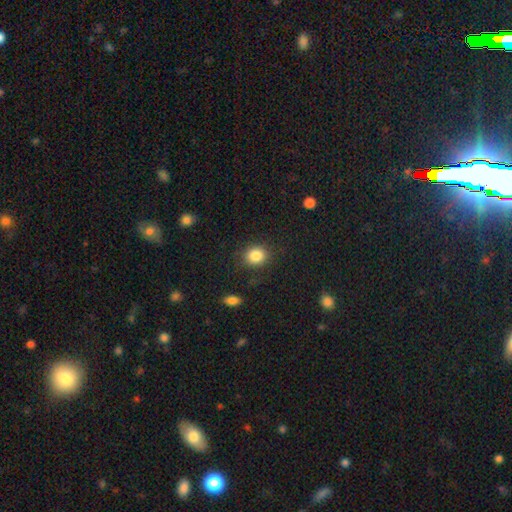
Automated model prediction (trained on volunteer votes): Morphology: type=smooth (85%); roundness=round (69%); merging=none (83%).